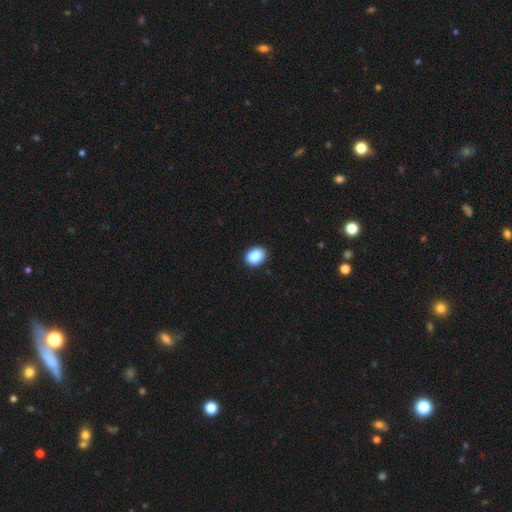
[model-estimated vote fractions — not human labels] A smooth galaxy with no disk features (88%) that is in between round and cigar-shaped (64%).

Vote fractions:
- Smooth or featured? smooth: 88% / star or artifact: 9% / featured or disk: 4%
- How rounded? in between: 64% / round: 35% / cigar-shaped: 1%
- Merging? none: 88% / minor disturbance: 9% / major disturbance: 2% / merger: 1%